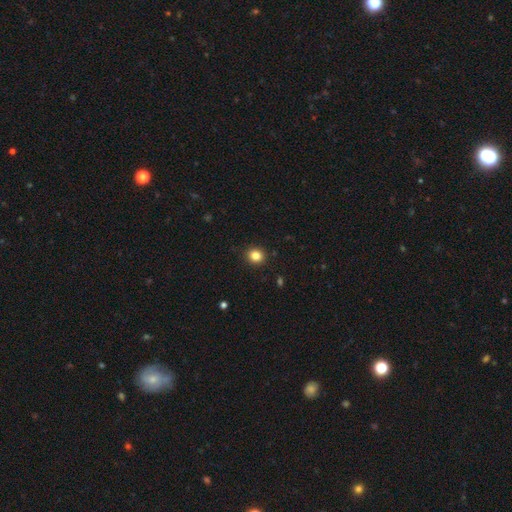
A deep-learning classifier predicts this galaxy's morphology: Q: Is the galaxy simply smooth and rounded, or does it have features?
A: smooth — 84%.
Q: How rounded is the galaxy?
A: round — 82%.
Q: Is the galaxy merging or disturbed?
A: none — 91%.